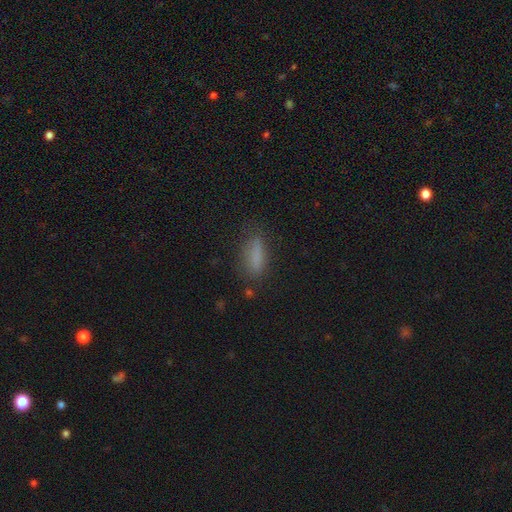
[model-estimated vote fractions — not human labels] This is likely a smooth galaxy (80%). How rounded: possibly cigar-shaped (49%). Merging: likely none (75%).